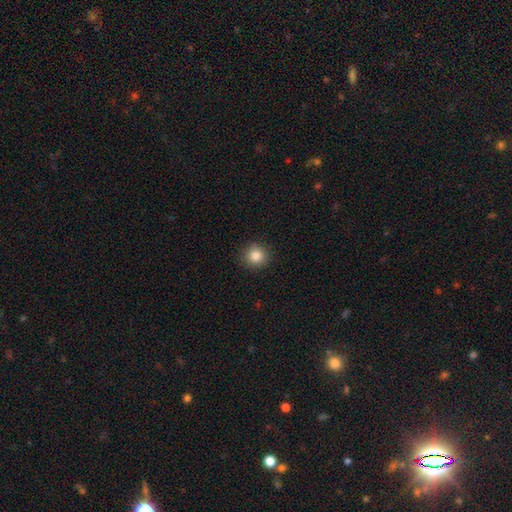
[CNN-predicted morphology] This is clearly a smooth galaxy (85%). How rounded: clearly round (92%). Merging: clearly none (91%).